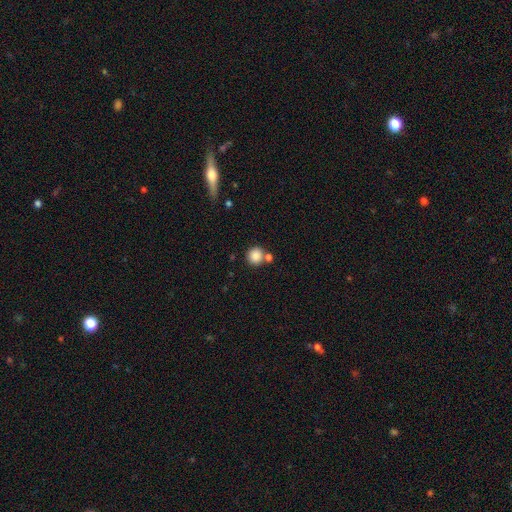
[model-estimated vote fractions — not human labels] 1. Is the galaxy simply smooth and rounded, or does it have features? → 86% smooth, 9% star or artifact, 5% featured or disk.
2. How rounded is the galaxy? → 91% round, 8% in between, 1% cigar-shaped.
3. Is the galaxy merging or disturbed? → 68% none, 20% merger, 9% minor disturbance, 3% major disturbance.